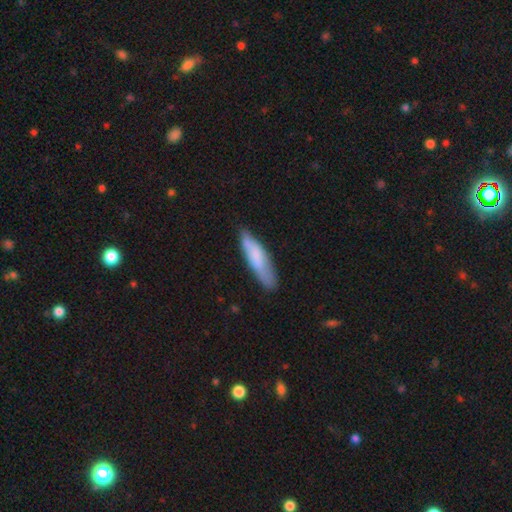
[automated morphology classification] Smooth or featured? smooth (67%)
How rounded? cigar-shaped (69%)
Merging? none (75%)